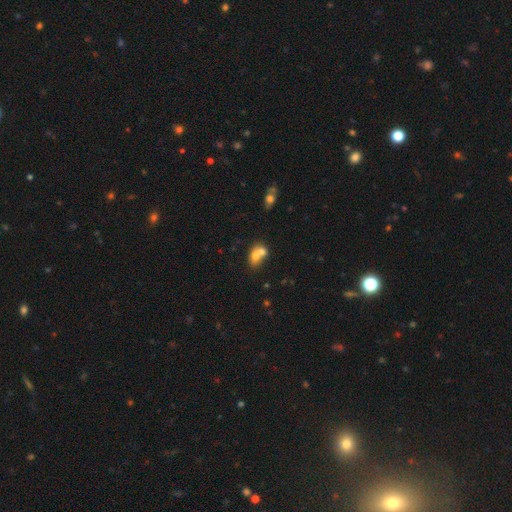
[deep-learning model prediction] Smooth or featured? smooth (68%)
How rounded? in between (62%)
Merging? merger (66%)